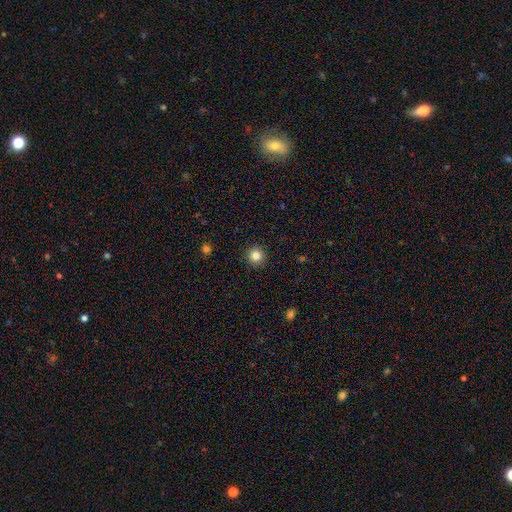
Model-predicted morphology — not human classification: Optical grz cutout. It shows a smooth galaxy with no disk features (83%) that is round (94%). Merging: none (92%).